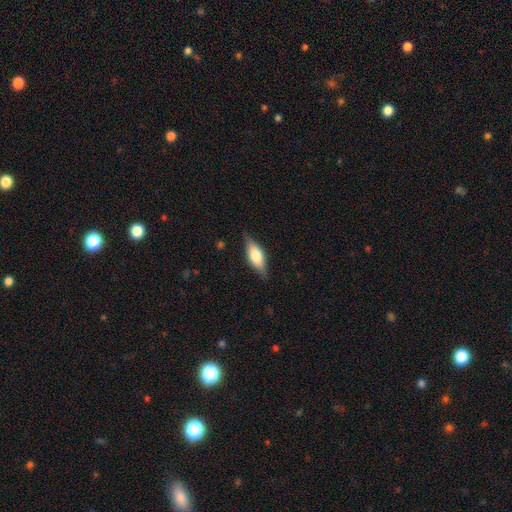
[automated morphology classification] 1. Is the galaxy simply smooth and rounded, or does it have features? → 63% smooth, 30% featured or disk, 6% star or artifact.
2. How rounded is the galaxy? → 71% in between, 26% cigar-shaped, 2% round.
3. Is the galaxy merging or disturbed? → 80% none, 16% minor disturbance, 3% major disturbance, 1% merger.